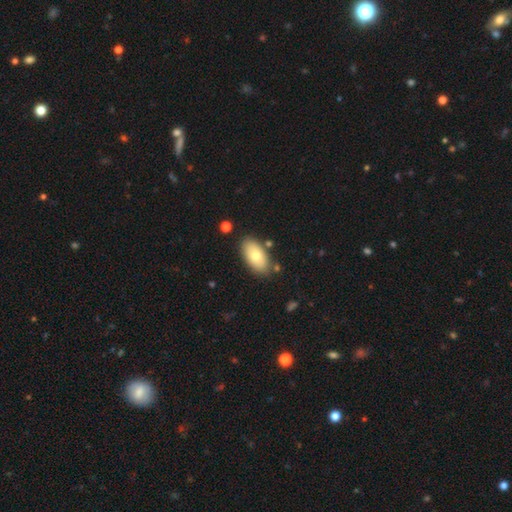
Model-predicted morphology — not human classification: This is likely a smooth galaxy (73%). How rounded: clearly in between (93%). Merging: clearly none (82%).